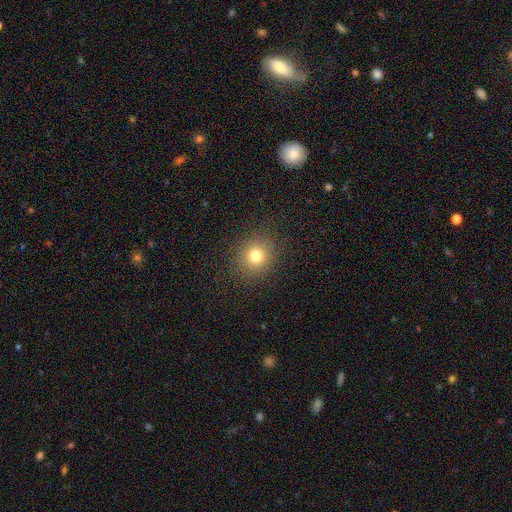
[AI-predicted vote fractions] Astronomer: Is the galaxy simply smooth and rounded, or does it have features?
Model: smooth — 77%.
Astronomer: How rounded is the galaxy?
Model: round — 84%.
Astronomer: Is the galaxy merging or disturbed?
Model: none — 89%.